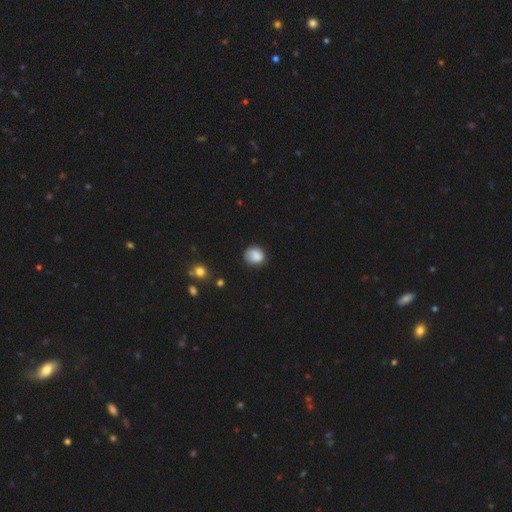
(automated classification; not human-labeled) Smooth or featured? smooth (84%)
How rounded? round (72%)
Merging? none (71%)